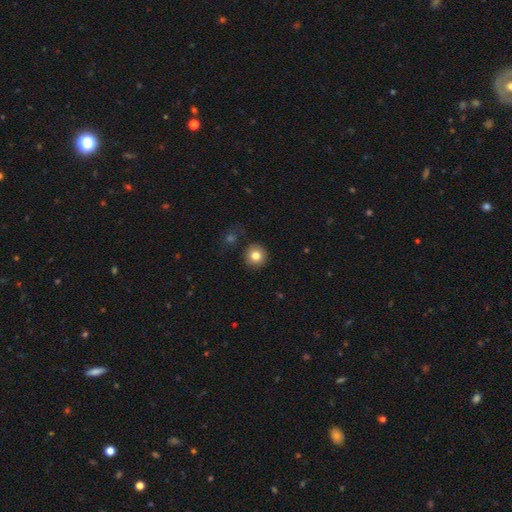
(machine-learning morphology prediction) Smooth or featured?
  - smooth: 82% *
  - star or artifact: 10%
  - featured or disk: 8%
How rounded?
  - round: 94% *
  - in between: 5%
  - cigar-shaped: 1%
Merging?
  - none: 88% *
  - minor disturbance: 7%
  - merger: 3%
  - major disturbance: 2%